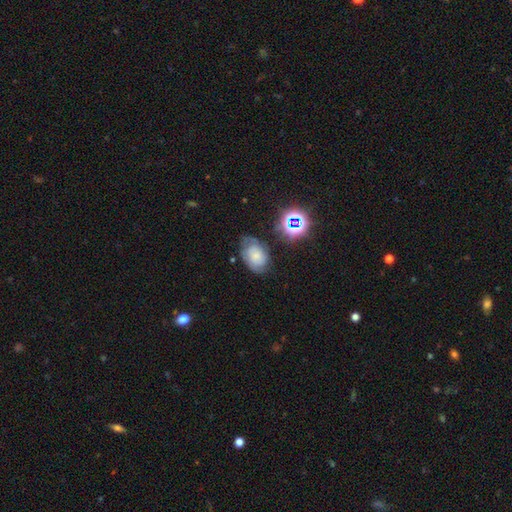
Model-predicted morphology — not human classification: type=smooth (43%); merging=none (54%).